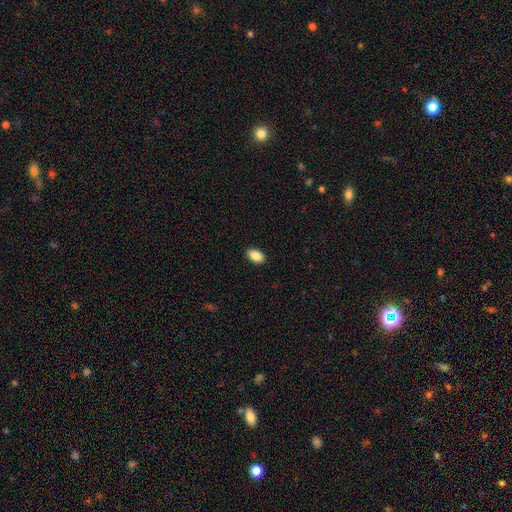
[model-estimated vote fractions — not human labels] Smooth or featured? smooth (89%)
How rounded? in between (92%)
Merging? none (90%)